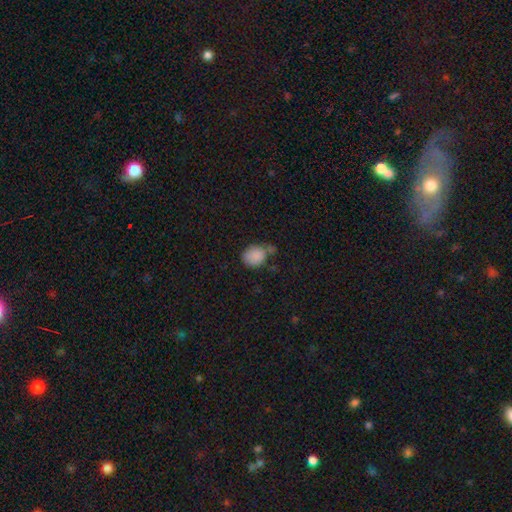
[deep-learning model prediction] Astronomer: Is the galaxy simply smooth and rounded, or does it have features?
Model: smooth — 86%.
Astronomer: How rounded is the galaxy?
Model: round — 63%.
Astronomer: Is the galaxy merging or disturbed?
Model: none — 49% (runner-up: minor disturbance, 25%).